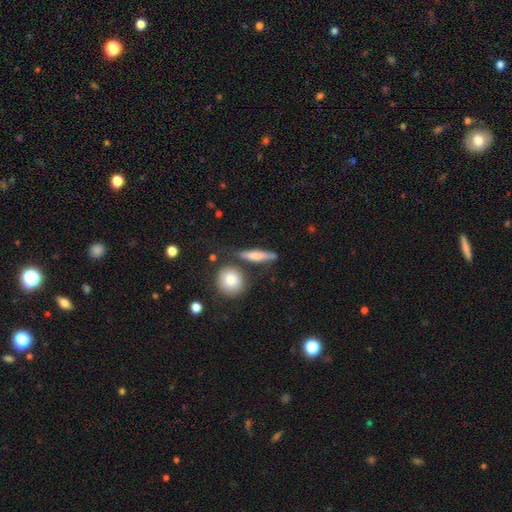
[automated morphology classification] Smooth or featured?
  - smooth: 64% *
  - featured or disk: 29%
  - star or artifact: 7%
How rounded?
  - cigar-shaped: 71% *
  - in between: 21%
  - round: 8%
Merging?
  - none: 70% *
  - minor disturbance: 16%
  - merger: 9%
  - major disturbance: 5%